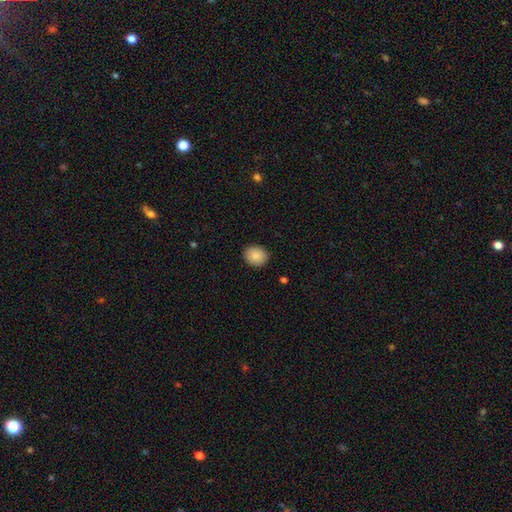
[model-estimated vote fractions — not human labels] Morphology: type=smooth (89%); roundness=round (63%); merging=none (89%).